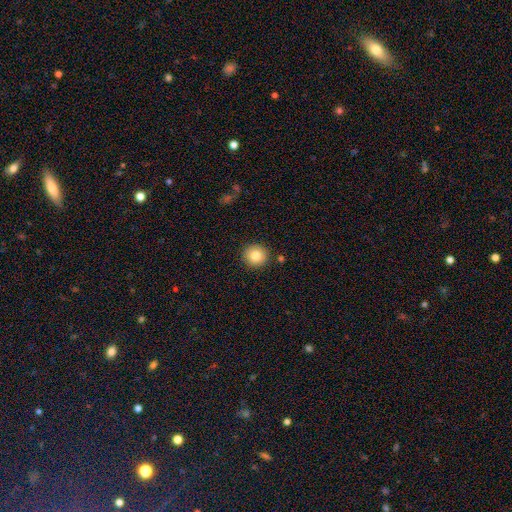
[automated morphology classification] Smooth or featured? smooth (82%)
How rounded? round (93%)
Merging? none (90%)